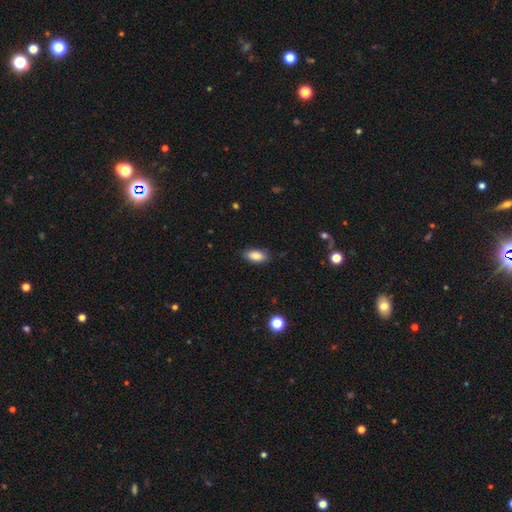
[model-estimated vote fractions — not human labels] smooth 85%, star or artifact 8%, featured or disk 7%. Down the decision tree: how rounded — in between (89%); merging — none (85%).